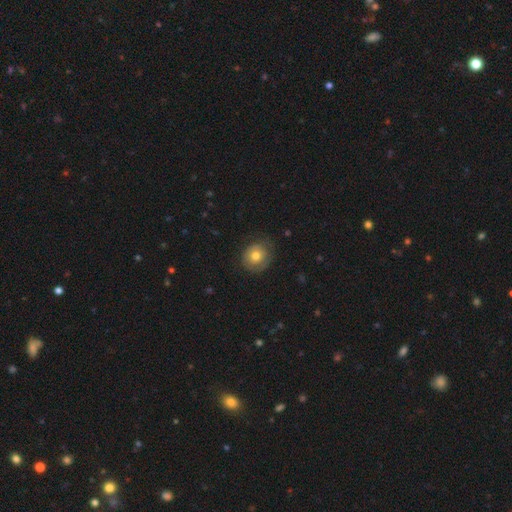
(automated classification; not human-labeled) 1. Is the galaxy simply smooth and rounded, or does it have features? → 68% smooth, 23% featured or disk, 9% star or artifact.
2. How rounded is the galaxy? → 76% round, 23% in between, 1% cigar-shaped.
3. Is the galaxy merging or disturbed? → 74% none, 19% minor disturbance, 6% major disturbance, 1% merger.